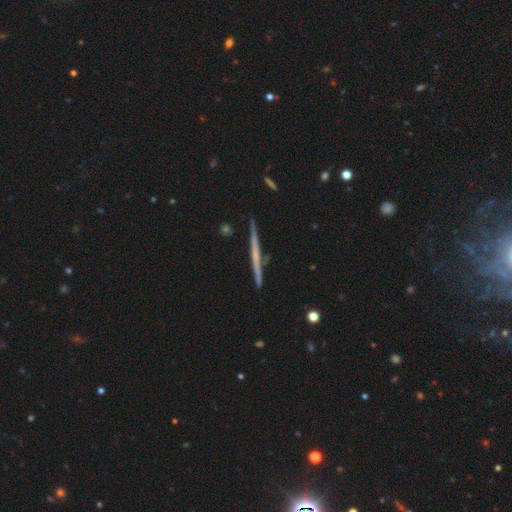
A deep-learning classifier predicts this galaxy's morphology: smooth_or_featured: featured or disk (p=0.70) [alt: smooth p=0.25]
disk_edge_on: yes (p=0.98) [alt: no p=0.02]
edge_on_bulge: none (p=0.68) [alt: rounded p=0.25]
merging: none (p=0.89) [alt: minor disturbance p=0.07]